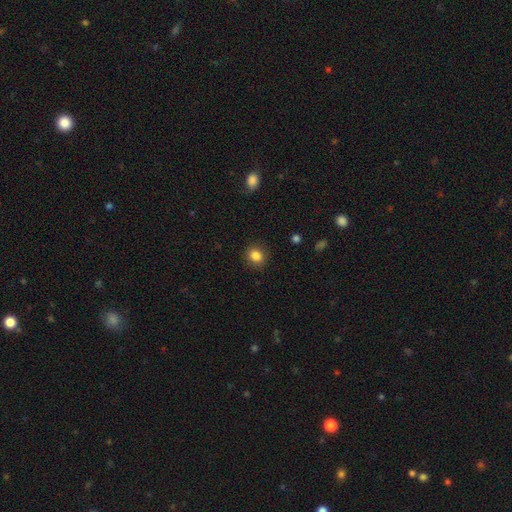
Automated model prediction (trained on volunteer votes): Smooth or featured? smooth (85%)
How rounded? round (68%)
Merging? none (88%)